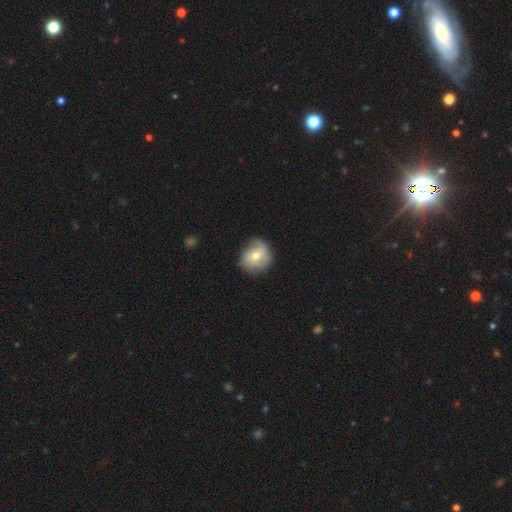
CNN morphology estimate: smooth_or_featured: smooth (p=0.53) [alt: featured or disk p=0.39]
how_rounded: round (p=0.78) [alt: in between p=0.21]
merging: none (p=0.57) [alt: minor disturbance p=0.31]